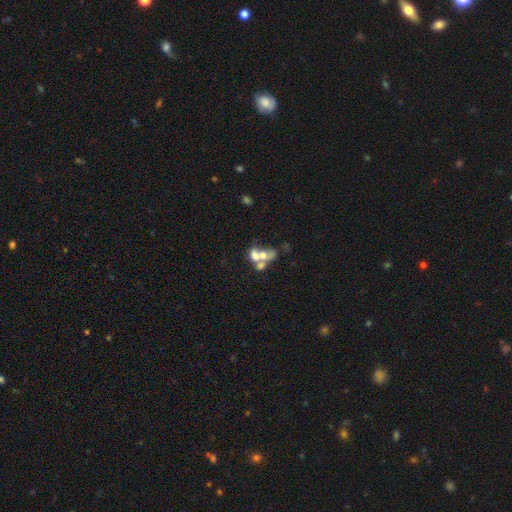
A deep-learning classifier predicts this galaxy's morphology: A smooth galaxy with no disk features (49%). Merging: merger (67%).